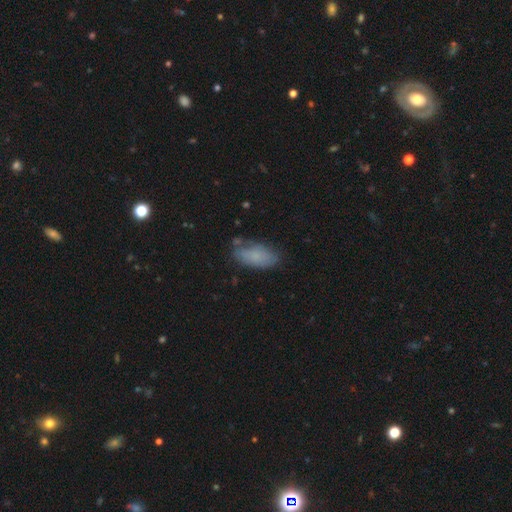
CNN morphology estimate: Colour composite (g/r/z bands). It shows a smooth galaxy with no disk features (78%) that is in between round and cigar-shaped (91%). Merging: none (63%).